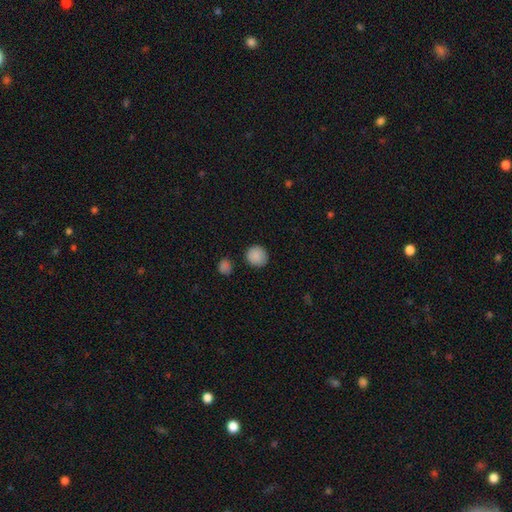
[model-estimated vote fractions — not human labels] Overall: smooth (89%). How rounded: round (90%). Merging: none (86%).